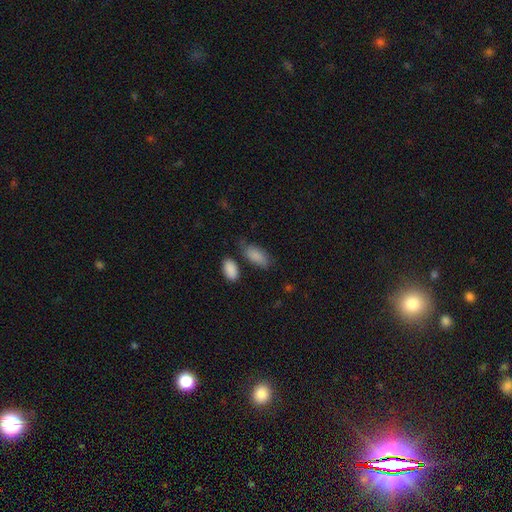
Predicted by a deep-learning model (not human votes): Smooth or featured: smooth — 88% (star or artifact — 6%)
How rounded: in between — 89% (cigar-shaped — 8%)
Merging: none — 66% (minor disturbance — 19%)